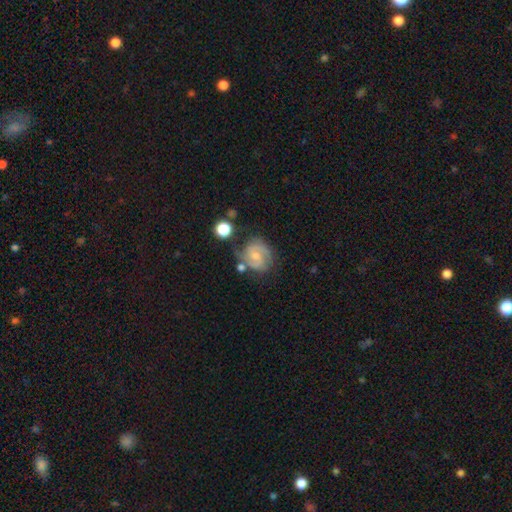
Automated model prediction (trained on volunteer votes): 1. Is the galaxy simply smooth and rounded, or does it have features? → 76% featured or disk, 17% smooth, 7% star or artifact.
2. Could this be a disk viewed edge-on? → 98% no, 2% yes.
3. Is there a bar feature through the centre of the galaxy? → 49% no, 44% weak, 7% strong.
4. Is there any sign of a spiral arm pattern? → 94% yes, 6% no.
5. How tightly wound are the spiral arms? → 46% medium, 41% tight, 13% loose.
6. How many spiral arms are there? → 73% 2, 11% can't tell, 9% 3, 3% 1, 2% 4, 2% more than 4.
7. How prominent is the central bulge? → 52% small, 40% moderate, 5% none, 2% large, 1% dominant.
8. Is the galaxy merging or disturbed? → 60% none, 22% minor disturbance, 10% major disturbance, 9% merger.